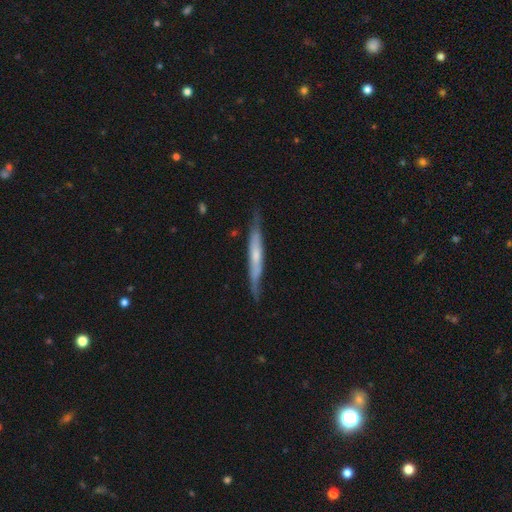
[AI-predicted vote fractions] smooth_or_featured: featured or disk (p=0.56) [alt: smooth p=0.38]
disk_edge_on: yes (p=0.88) [alt: no p=0.12]
merging: none (p=0.76) [alt: minor disturbance p=0.19]